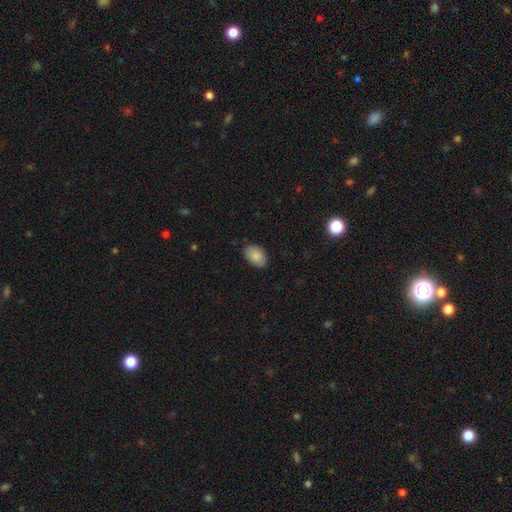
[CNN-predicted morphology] Smooth or featured? Predicted: smooth (p=0.87). How rounded? Predicted: in between (p=0.86). Merging? Predicted: none (p=0.85).